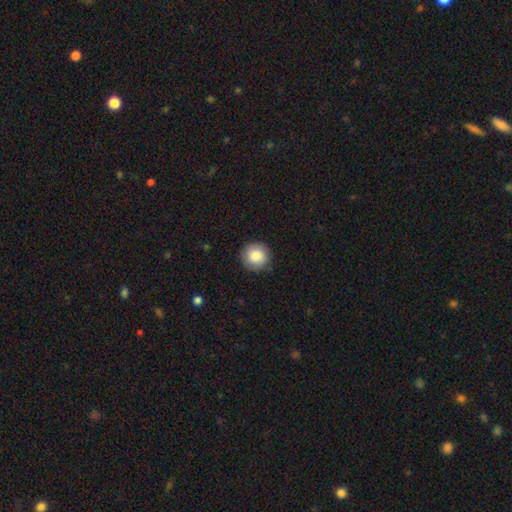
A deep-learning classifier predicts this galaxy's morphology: A smooth galaxy with no disk features (84%) that is round (95%). Merging: none (89%).